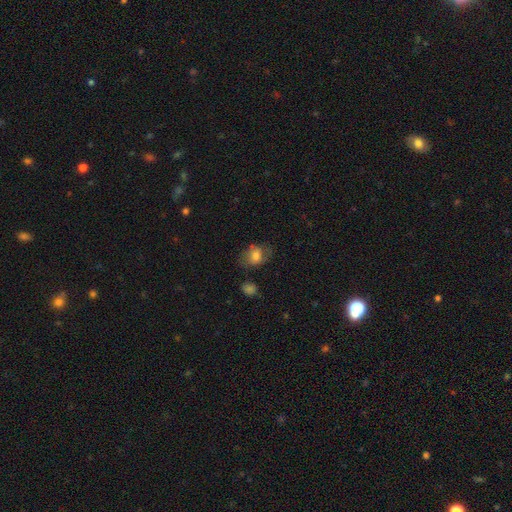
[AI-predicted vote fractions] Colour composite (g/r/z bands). It shows a smooth galaxy with no disk features (66%) that is in between round and cigar-shaped (63%). Merging: none (61%).